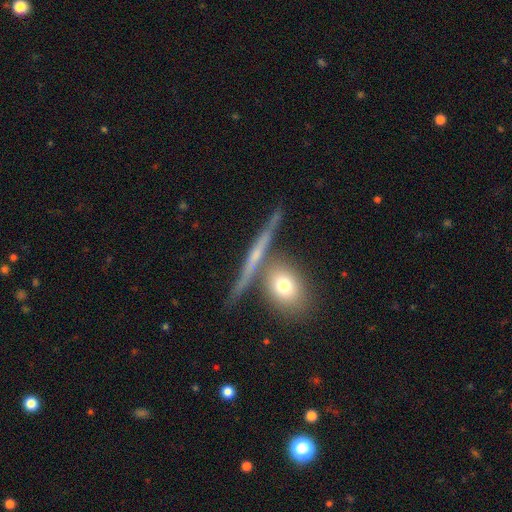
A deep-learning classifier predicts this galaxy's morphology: A featured or disk galaxy (66%) viewed edge-on (93%) with no central bulge (50%).

Vote fractions:
- Smooth or featured? featured or disk: 66% / smooth: 26% / star or artifact: 8%
- Edge-on disk? yes: 93% / no: 7%
- Edge-on bulge? none: 50% / rounded: 41% / boxy: 9%
- Merging? none: 74% / merger: 13% / minor disturbance: 11% / major disturbance: 3%